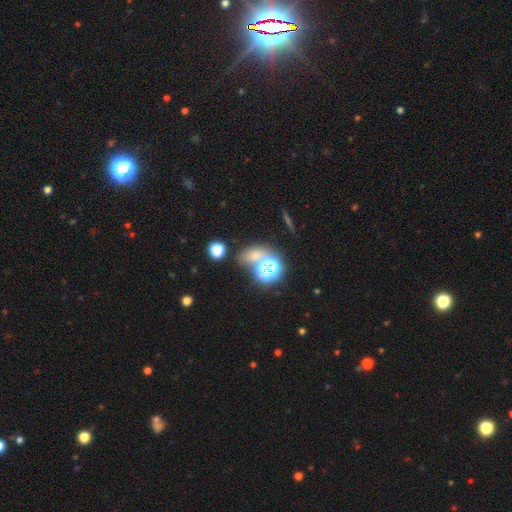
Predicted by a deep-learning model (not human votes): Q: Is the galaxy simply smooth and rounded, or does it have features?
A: smooth — 52%.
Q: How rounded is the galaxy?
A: in between — 53%.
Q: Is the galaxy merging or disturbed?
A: none — 55%.